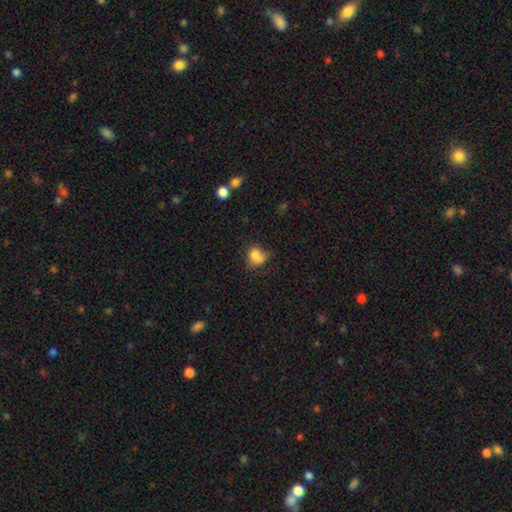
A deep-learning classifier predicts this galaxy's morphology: A smooth galaxy with no disk features (77%) that is round (58%). Merging: none (35%).